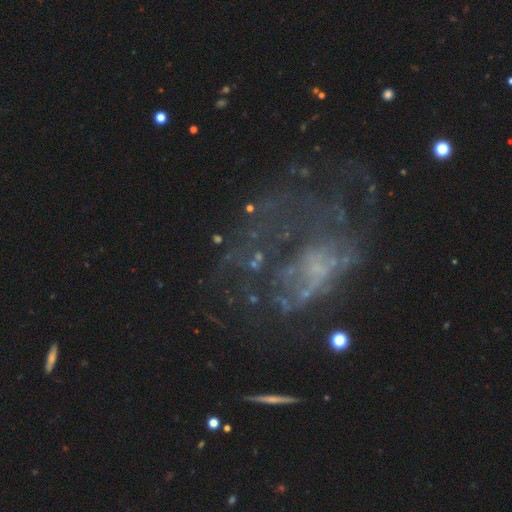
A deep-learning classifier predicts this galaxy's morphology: A featured or disk galaxy (60%) with no bar (86%), no spiral arms (77%) and no central bulge (68%).

Vote fractions:
- Smooth or featured? featured or disk: 60% / star or artifact: 24% / smooth: 17%
- Edge-on disk? no: 95% / yes: 5%
- Bar? no: 86% / weak: 10% / strong: 3%
- Spiral arms? no: 77% / yes: 23%
- Bulge size? none: 68% / small: 18% / moderate: 10% / large: 3% / dominant: 2%
- Merging? major disturbance: 50% / none: 29% / minor disturbance: 13% / merger: 8%